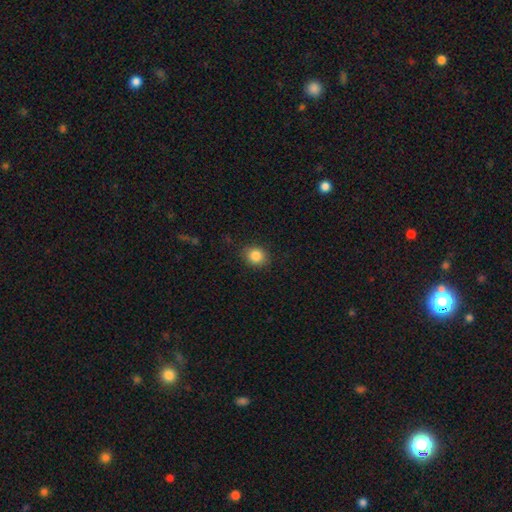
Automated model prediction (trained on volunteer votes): Overall: smooth (85%). How rounded: round (68%; in between 31%). Merging: none (87%).